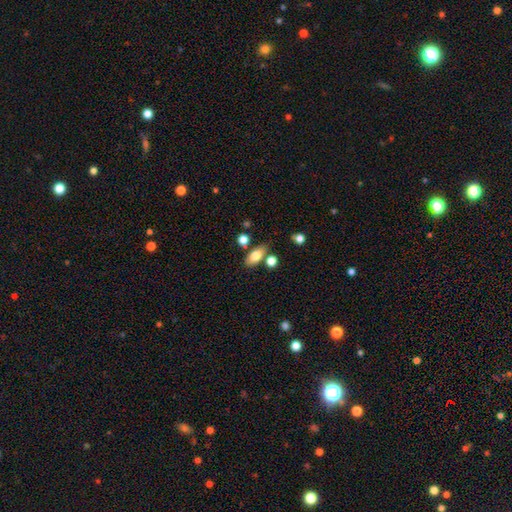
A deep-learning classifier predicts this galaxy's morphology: Smooth or featured? smooth (77%)
How rounded? in between (84%)
Merging? none (72%)